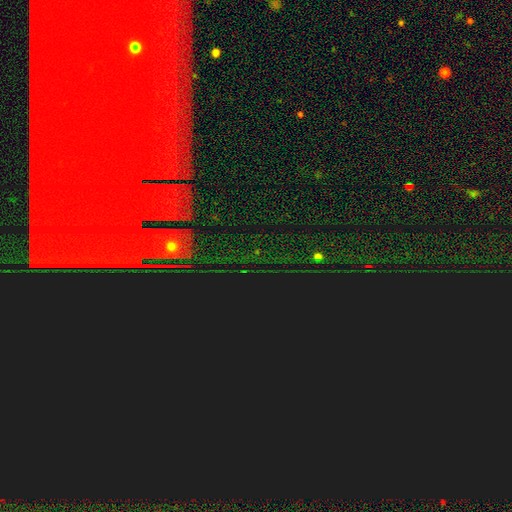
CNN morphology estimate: smooth_or_featured: star or artifact (p=0.75) [alt: featured or disk p=0.13]